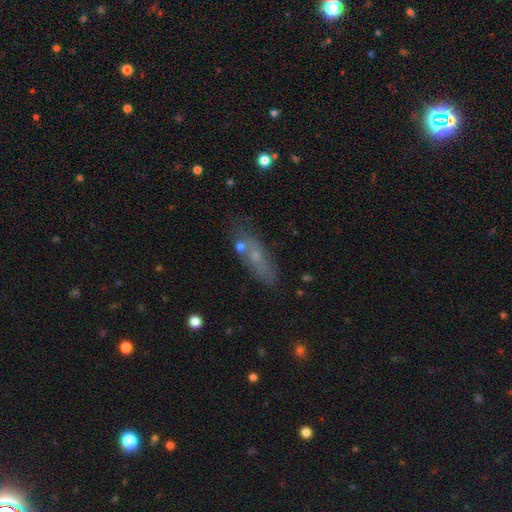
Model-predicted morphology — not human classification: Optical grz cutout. It shows a smooth galaxy with no disk features (55%) that is cigar-shaped (48%). Merging: none (65%).